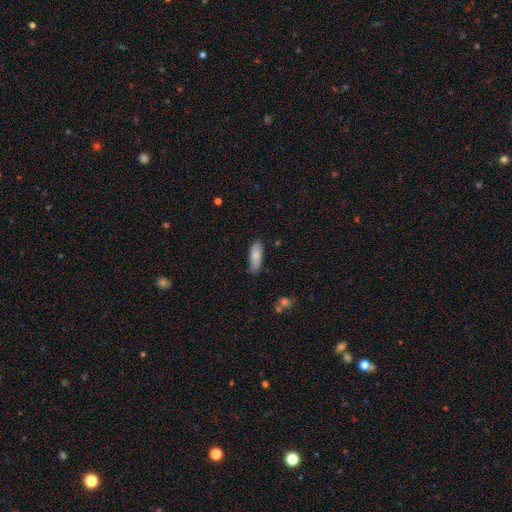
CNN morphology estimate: Q: Smooth or featured?
A: smooth (83%); runner-up: featured or disk (11%)
Q: How rounded?
A: in between (64%); runner-up: cigar-shaped (34%)
Q: Merging?
A: none (80%); runner-up: minor disturbance (16%)